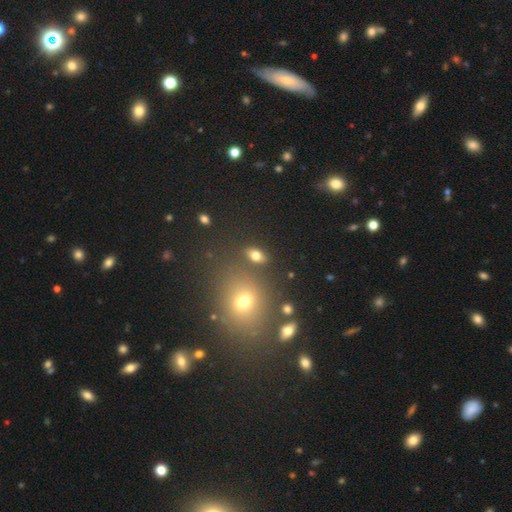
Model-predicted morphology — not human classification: A smooth galaxy with no disk features (73%) that is in between round and cigar-shaped (80%).

Vote fractions:
- Smooth or featured? smooth: 73% / featured or disk: 14% / star or artifact: 13%
- How rounded? in between: 80% / round: 13% / cigar-shaped: 6%
- Merging? none: 79% / minor disturbance: 10% / merger: 7% / major disturbance: 4%